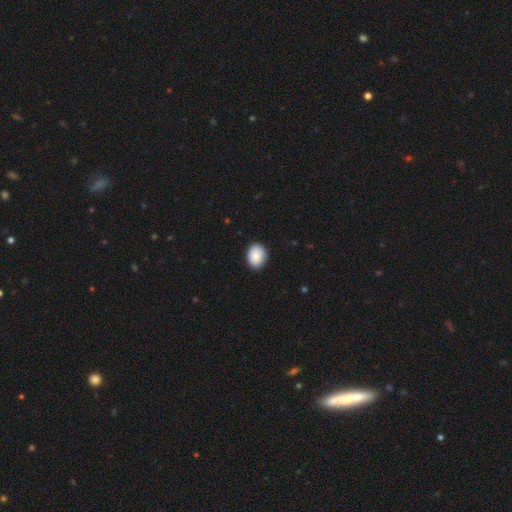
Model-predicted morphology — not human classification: A smooth galaxy with no disk features (88%) that is in between round and cigar-shaped (64%). Merging: none (88%).